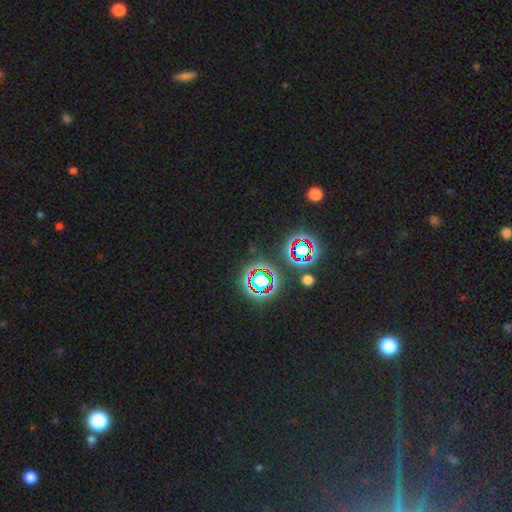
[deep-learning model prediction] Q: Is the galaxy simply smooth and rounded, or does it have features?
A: star or artifact — 76%.